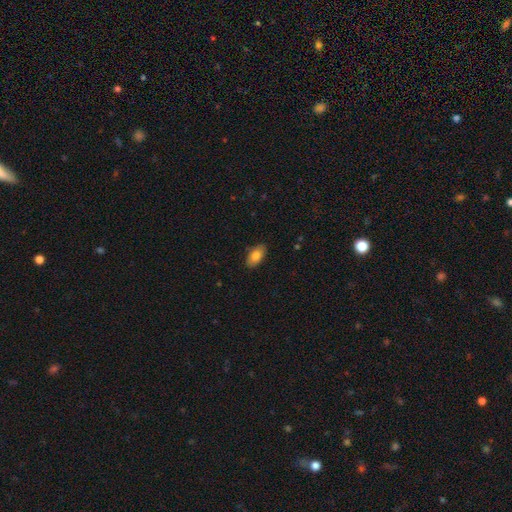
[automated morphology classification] Q: Smooth or featured?
A: smooth (82%); runner-up: featured or disk (11%)
Q: How rounded?
A: in between (93%); runner-up: round (4%)
Q: Merging?
A: none (86%); runner-up: minor disturbance (11%)